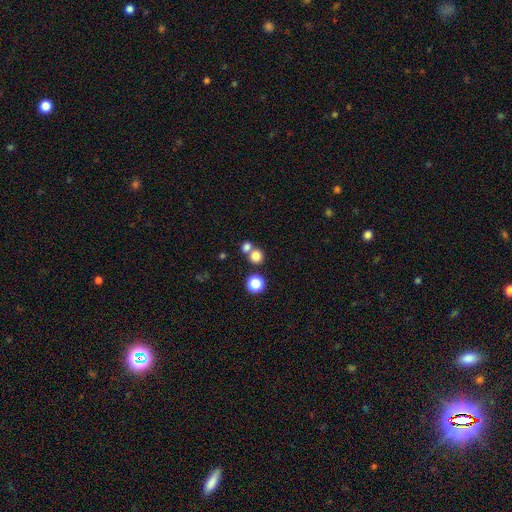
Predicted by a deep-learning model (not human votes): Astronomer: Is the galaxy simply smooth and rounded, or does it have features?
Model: smooth — 79%.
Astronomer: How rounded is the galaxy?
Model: round — 82%.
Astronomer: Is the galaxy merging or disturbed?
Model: none — 51% (runner-up: merger, 40%).